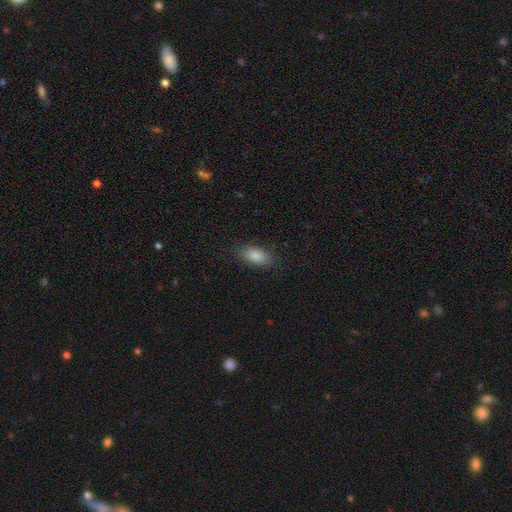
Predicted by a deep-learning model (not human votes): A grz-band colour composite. It shows a smooth galaxy with no disk features (86%) that is in between round and cigar-shaped (90%). Merging: none (85%).